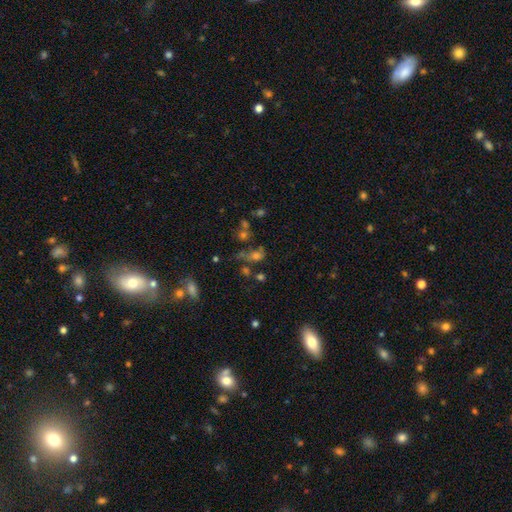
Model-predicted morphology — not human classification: A smooth galaxy with no disk features (44%).

Vote fractions:
- Smooth or featured? smooth: 44% / star or artifact: 34% / featured or disk: 22%
- Merging? none: 41% / merger: 27% / major disturbance: 18% / minor disturbance: 15%